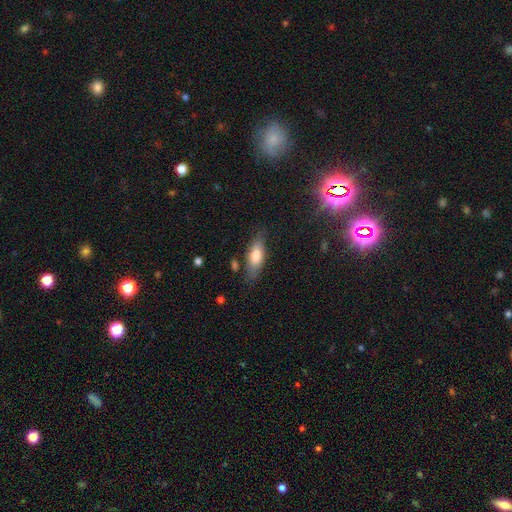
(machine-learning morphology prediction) A smooth galaxy with no disk features (74%) that is in between round and cigar-shaped (71%).

Vote fractions:
- Smooth or featured? smooth: 74% / featured or disk: 19% / star or artifact: 7%
- How rounded? in between: 71% / cigar-shaped: 27% / round: 2%
- Merging? none: 76% / minor disturbance: 17% / major disturbance: 4% / merger: 3%